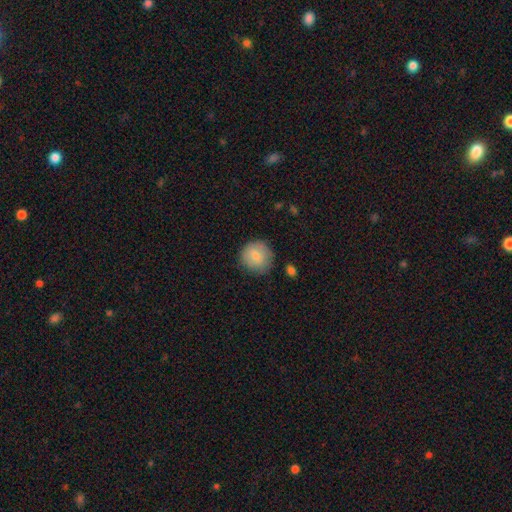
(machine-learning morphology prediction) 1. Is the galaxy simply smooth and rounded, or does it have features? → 81% smooth, 12% featured or disk, 7% star or artifact.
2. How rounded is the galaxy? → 92% round, 7% in between, 1% cigar-shaped.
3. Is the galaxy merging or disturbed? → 80% none, 14% minor disturbance, 4% major disturbance, 2% merger.